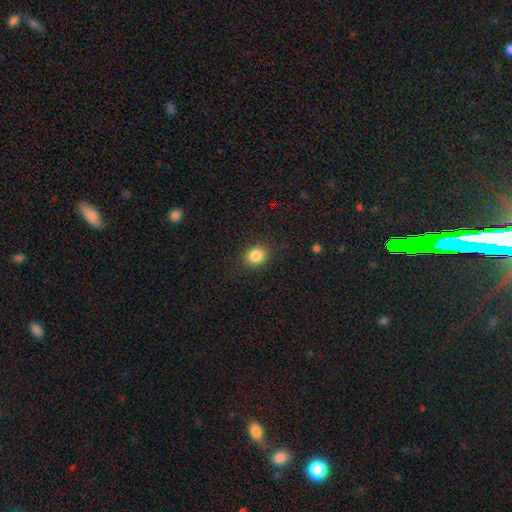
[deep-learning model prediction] Smooth or featured? smooth (85%)
How rounded? round (64%)
Merging? none (88%)